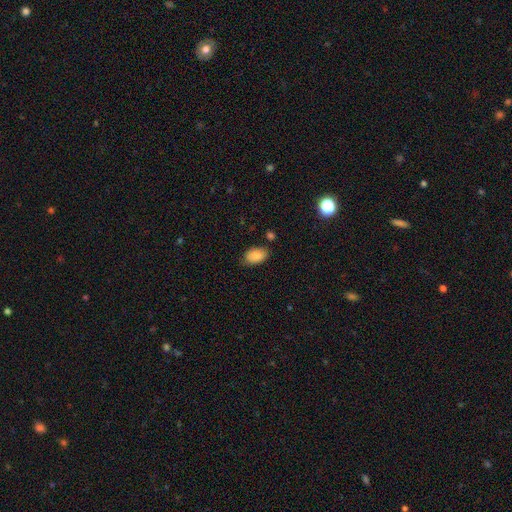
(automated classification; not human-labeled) Q: Smooth or featured?
A: smooth (88%); runner-up: star or artifact (7%)
Q: How rounded?
A: in between (91%); runner-up: round (7%)
Q: Merging?
A: none (75%); runner-up: minor disturbance (18%)